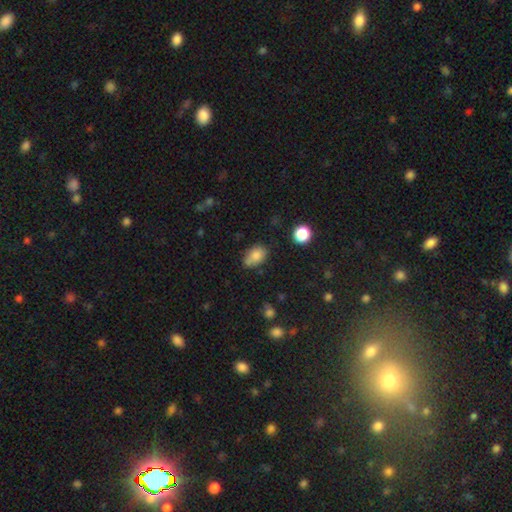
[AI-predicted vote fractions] Smooth or featured? Predicted: smooth (p=0.81). How rounded? Predicted: in between (p=0.81). Merging? Predicted: none (p=0.58).